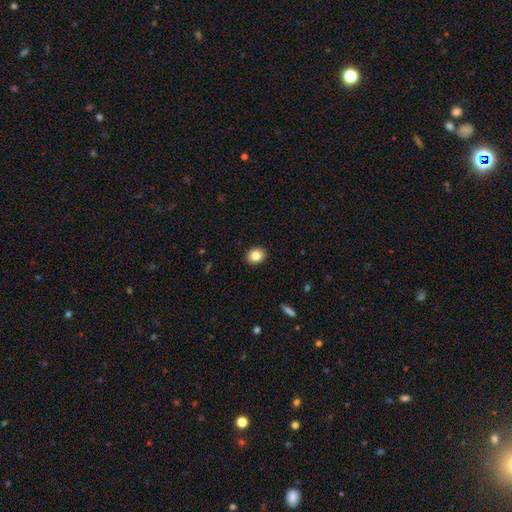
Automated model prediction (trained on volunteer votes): Smooth or featured? smooth (83%)
How rounded? round (57%)
Merging? none (91%)